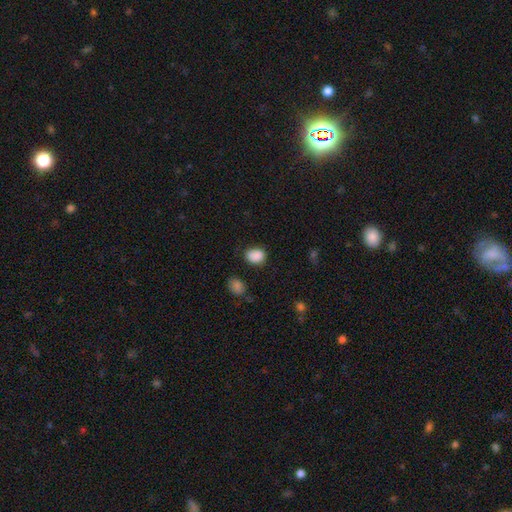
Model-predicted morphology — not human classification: type=smooth (87%); roundness=in between (57%); merging=none (76%).